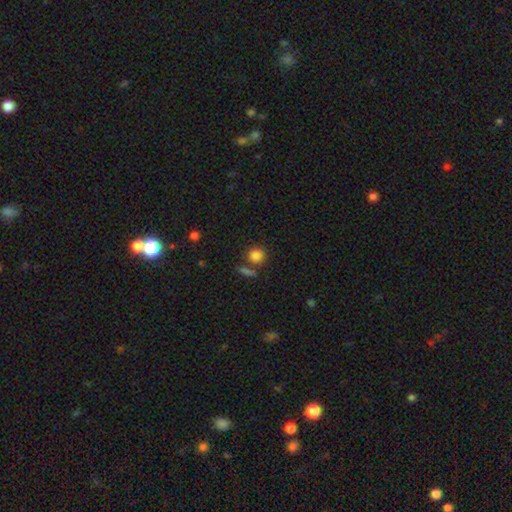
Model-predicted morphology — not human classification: smooth 84%, star or artifact 11%, featured or disk 6%. Down the decision tree: how rounded — round (86%); merging — none (70%).